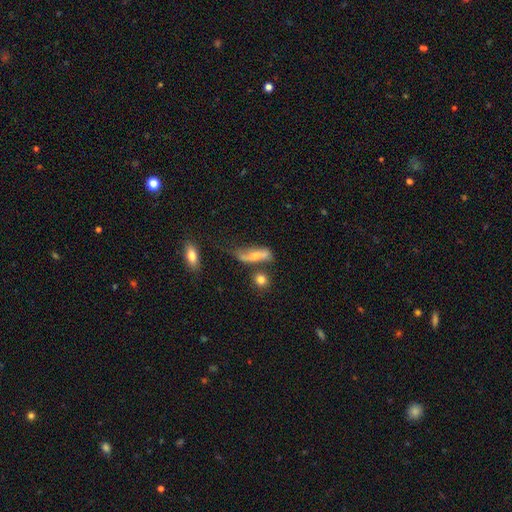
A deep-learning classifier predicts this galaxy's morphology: The model was most divided on "smooth or featured": featured or disk: 50%, smooth: 39%, star or artifact: 10%. Remaining: edge-on disk — no (66%); merging — none (39%).